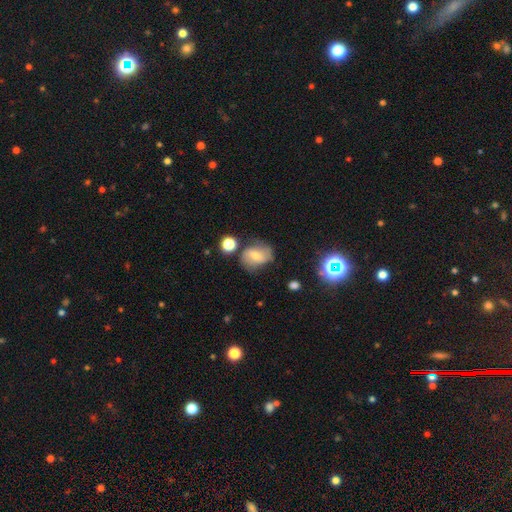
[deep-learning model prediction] Morphology: type=smooth (49%); merging=none (59%).